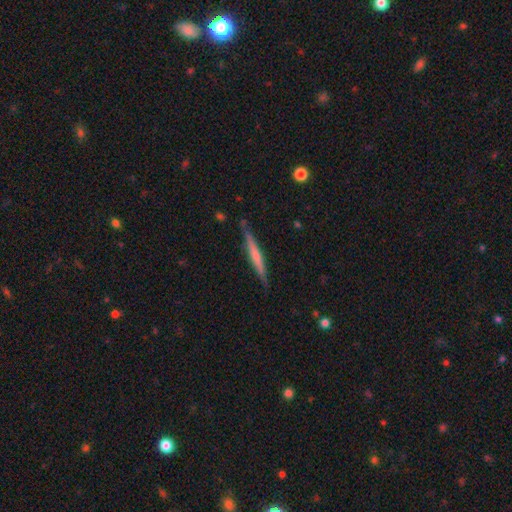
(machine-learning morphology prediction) Smooth or featured? Predicted: featured or disk (p=0.48). Merging? Predicted: none (p=0.86).